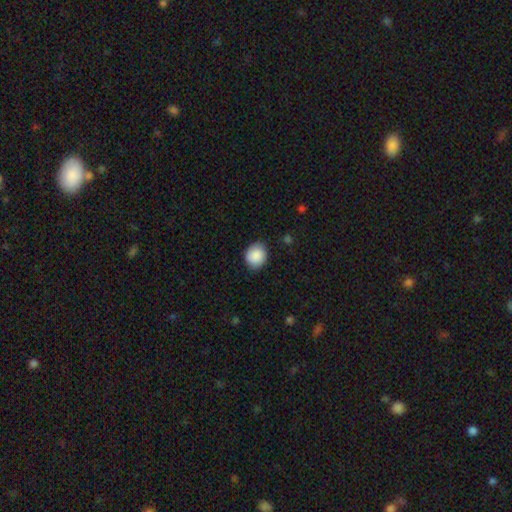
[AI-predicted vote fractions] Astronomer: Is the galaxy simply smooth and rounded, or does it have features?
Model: smooth — 88%.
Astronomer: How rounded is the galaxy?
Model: round — 68%.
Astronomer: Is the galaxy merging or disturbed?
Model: none — 83%.